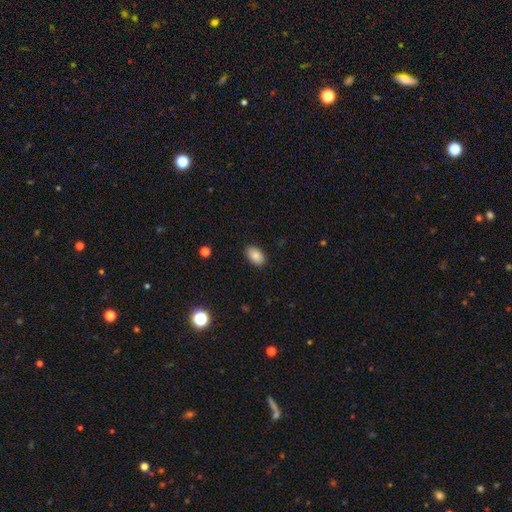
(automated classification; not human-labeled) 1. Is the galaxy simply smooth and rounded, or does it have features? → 86% smooth, 8% star or artifact, 6% featured or disk.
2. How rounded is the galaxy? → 91% in between, 8% round, 1% cigar-shaped.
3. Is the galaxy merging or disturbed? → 88% none, 9% minor disturbance, 2% major disturbance, 1% merger.